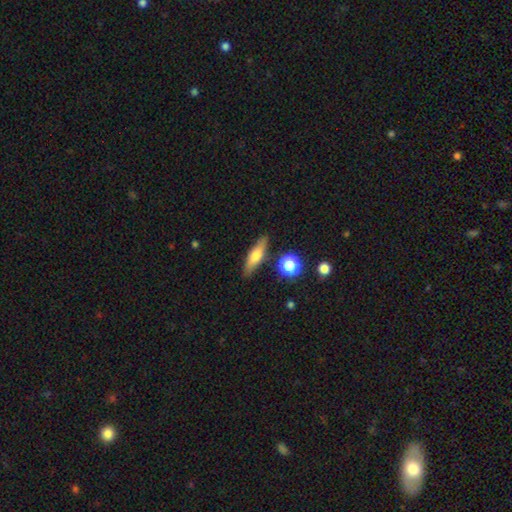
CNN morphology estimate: Smooth or featured? smooth (61%)
How rounded? cigar-shaped (60%)
Merging? none (84%)